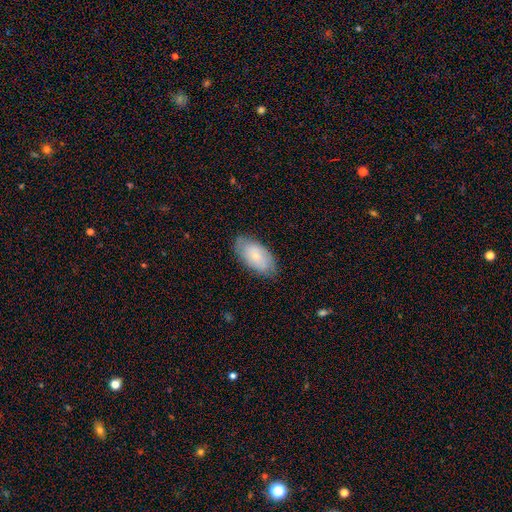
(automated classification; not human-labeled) smooth_or_featured: smooth (p=0.61) [alt: featured or disk p=0.32]
how_rounded: in between (p=0.94) [alt: round p=0.03]
merging: none (p=0.78) [alt: minor disturbance p=0.17]